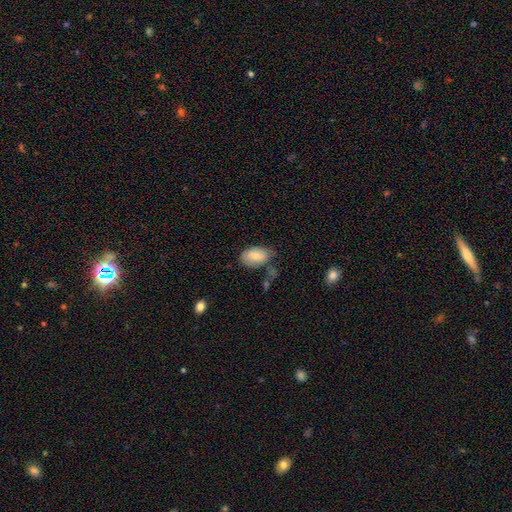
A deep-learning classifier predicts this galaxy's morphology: smooth_or_featured: smooth (p=0.78) [alt: featured or disk p=0.16]
how_rounded: in between (p=0.91) [alt: round p=0.08]
merging: none (p=0.52) [alt: minor disturbance p=0.30]